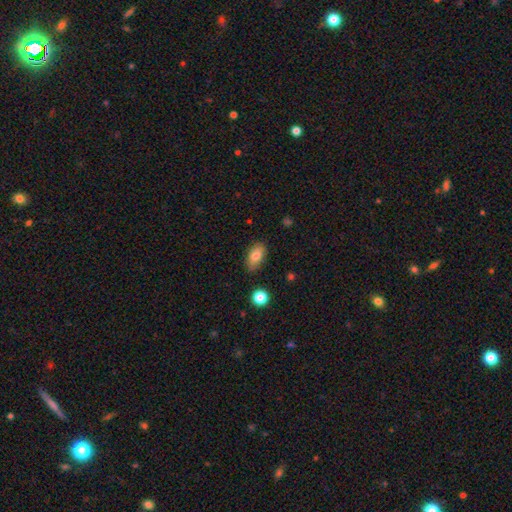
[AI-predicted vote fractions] Smooth or featured? smooth (78%)
How rounded? in between (88%)
Merging? none (80%)